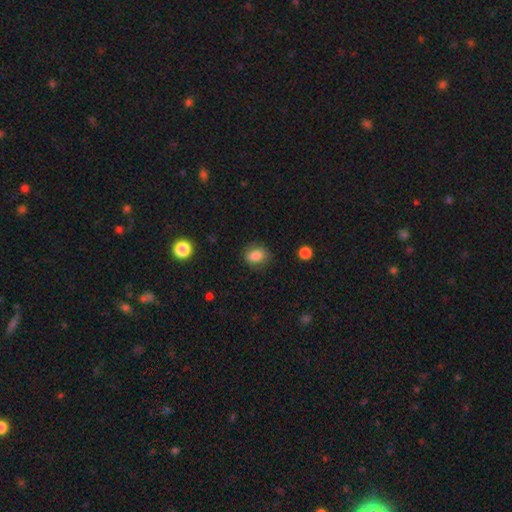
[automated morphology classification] smooth_or_featured: smooth (p=0.84) [alt: star or artifact p=0.09]
how_rounded: in between (p=0.63) [alt: round p=0.36]
merging: none (p=0.80) [alt: minor disturbance p=0.14]